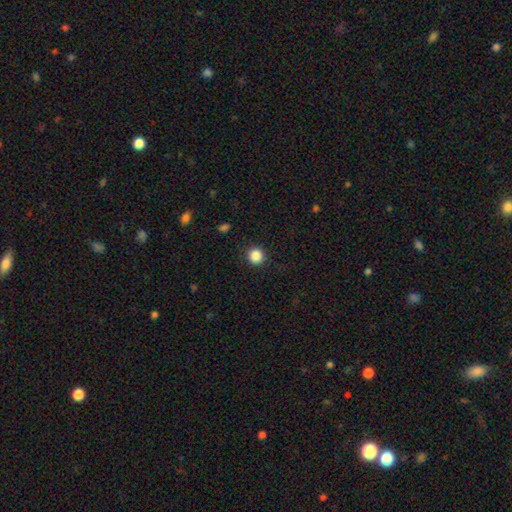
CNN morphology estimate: This is clearly a smooth galaxy (86%). How rounded: clearly round (94%). Merging: clearly none (91%).